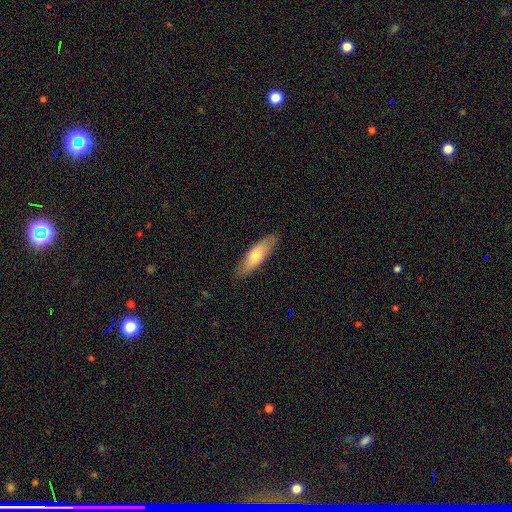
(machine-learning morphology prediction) A smooth galaxy with no disk features (66%) that is cigar-shaped (55%).

Vote fractions:
- Smooth or featured? smooth: 66% / featured or disk: 28% / star or artifact: 6%
- How rounded? cigar-shaped: 55% / in between: 43% / round: 2%
- Merging? none: 86% / minor disturbance: 11% / major disturbance: 2% / merger: 1%